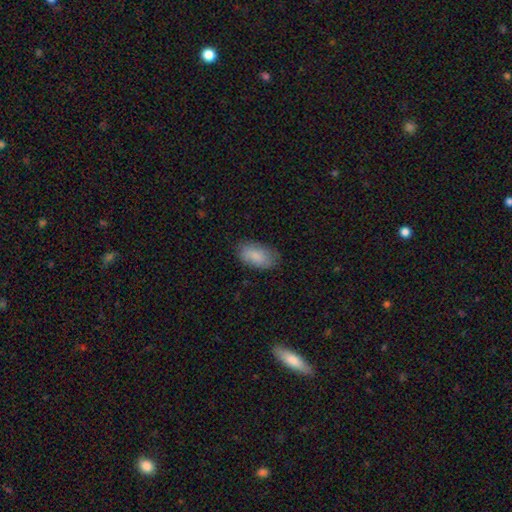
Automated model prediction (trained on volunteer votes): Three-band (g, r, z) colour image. It shows a smooth galaxy with no disk features (86%) that is in between round and cigar-shaped (94%). Merging: none (77%).